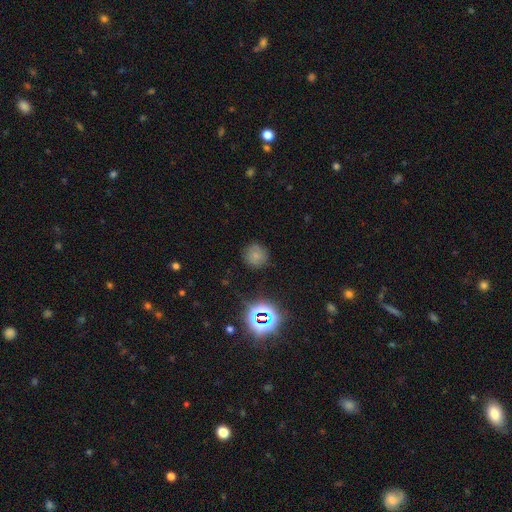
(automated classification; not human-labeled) The model was most divided on "smooth or featured": smooth: 63%, star or artifact: 23%, featured or disk: 15%. More confident: how rounded — round (90%); merging — none (81%).